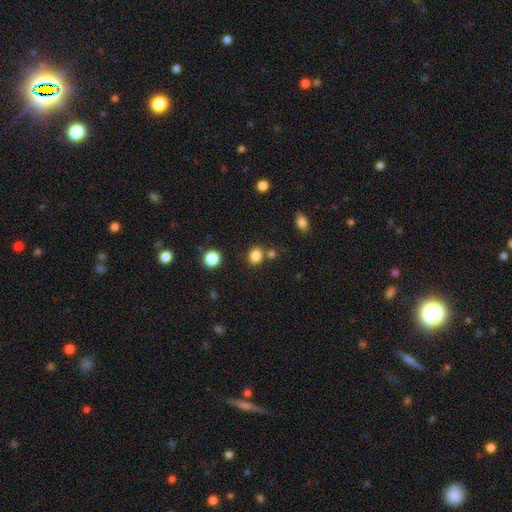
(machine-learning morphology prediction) This appears to be a smooth galaxy with no disk features (84%) that is round (59%). Merging: none (75%).